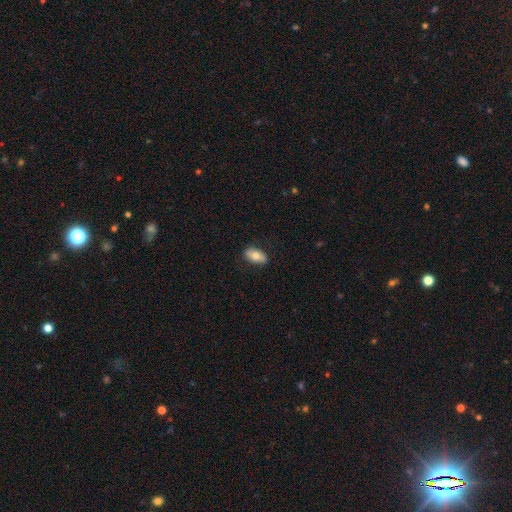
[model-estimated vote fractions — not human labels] Morphology: type=smooth (73%); roundness=in between (91%); merging=none (85%).